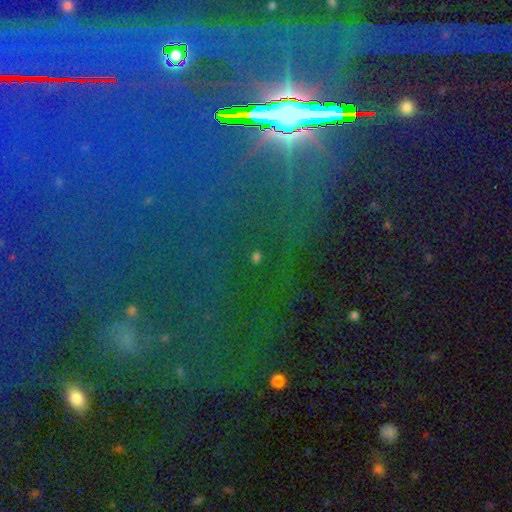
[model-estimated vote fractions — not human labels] star or artifact 80%, smooth 10%, featured or disk 10%.